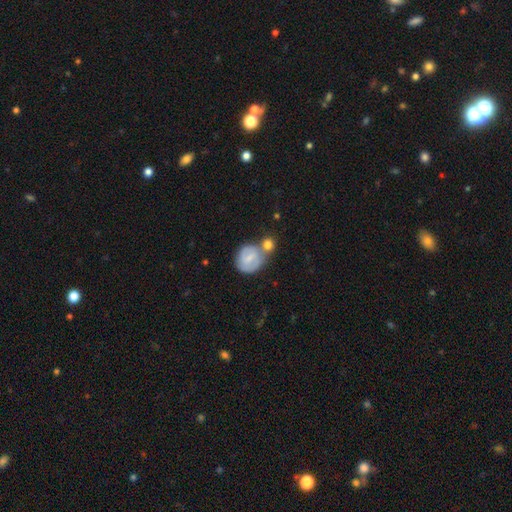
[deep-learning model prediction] featured or disk 43%, smooth 41%, star or artifact 16%. Down the decision tree: merging — none (56%).